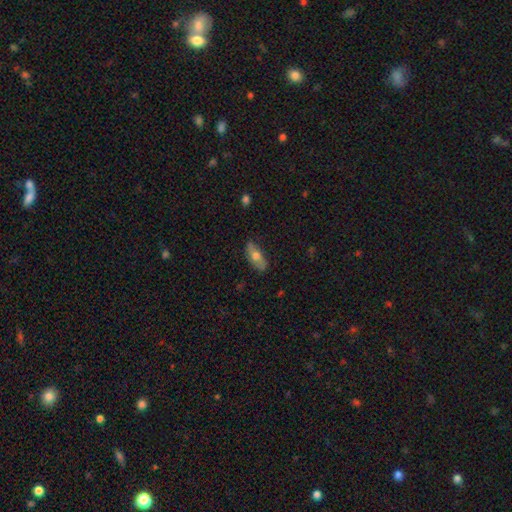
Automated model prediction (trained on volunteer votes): Smooth or featured? Predicted: smooth (p=0.64). How rounded? Predicted: in between (p=0.79). Merging? Predicted: none (p=0.80).